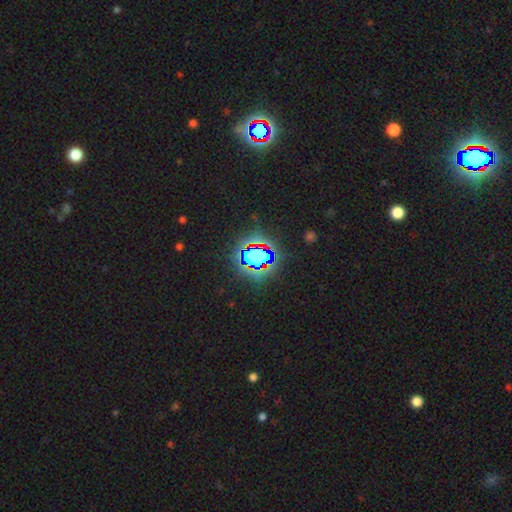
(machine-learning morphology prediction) Overall: star or artifact (68%).